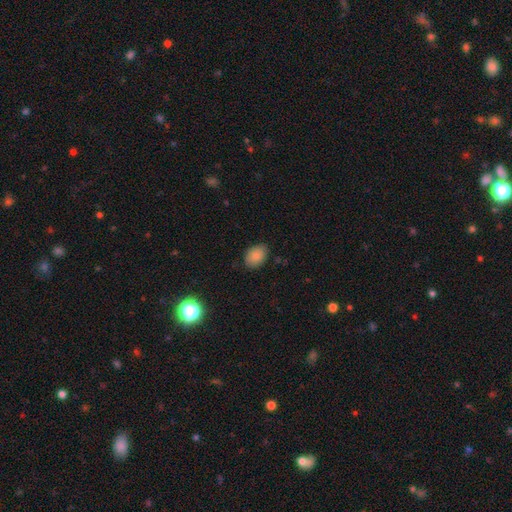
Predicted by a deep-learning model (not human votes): Smooth or featured? Predicted: smooth (p=0.85). How rounded? Predicted: in between (p=0.79). Merging? Predicted: none (p=0.83).